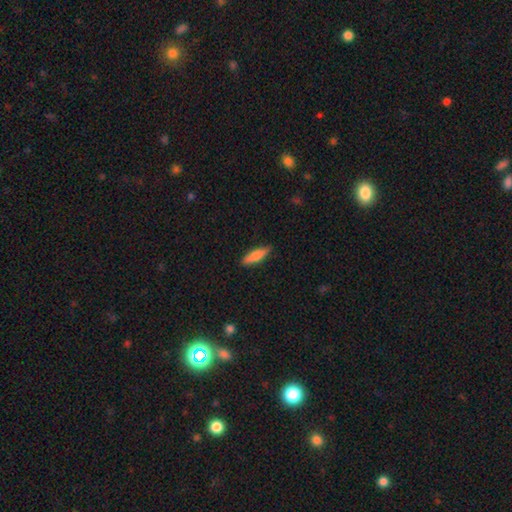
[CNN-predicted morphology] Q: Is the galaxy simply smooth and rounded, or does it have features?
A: smooth — 79%.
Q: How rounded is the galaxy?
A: cigar-shaped — 63%.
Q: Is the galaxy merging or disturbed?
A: none — 87%.